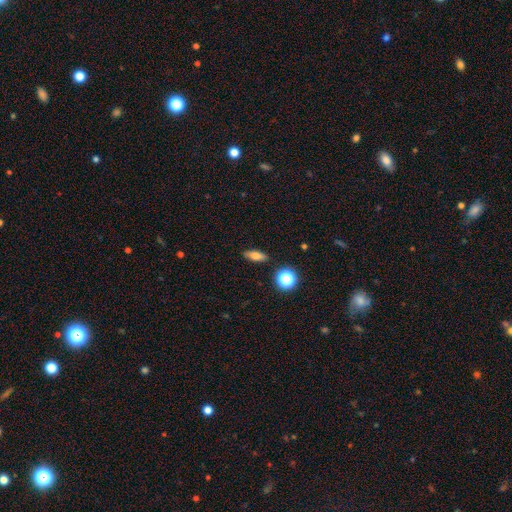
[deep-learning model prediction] Smooth or featured? Predicted: smooth (p=0.71). How rounded? Predicted: in between (p=0.63). Merging? Predicted: none (p=0.88).